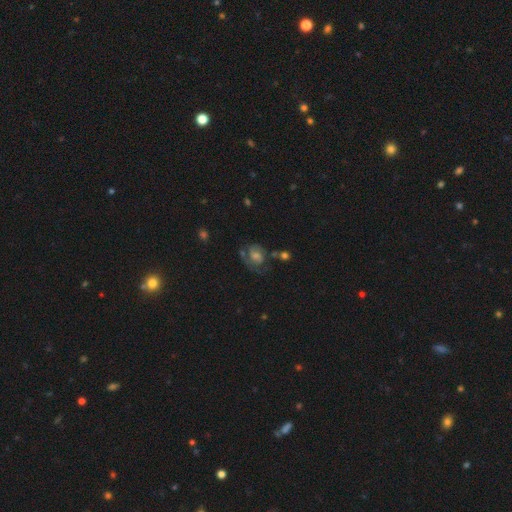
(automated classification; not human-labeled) smooth_or_featured: featured or disk (p=0.57) [alt: smooth p=0.27]
disk_edge_on: no (p=0.97) [alt: yes p=0.03]
bar: no (p=0.67) [alt: weak p=0.27]
has_spiral_arms: yes (p=0.74) [alt: no p=0.26]
bulge_size: moderate (p=0.45) [alt: small p=0.28]
merging: none (p=0.53) [alt: minor disturbance p=0.21]